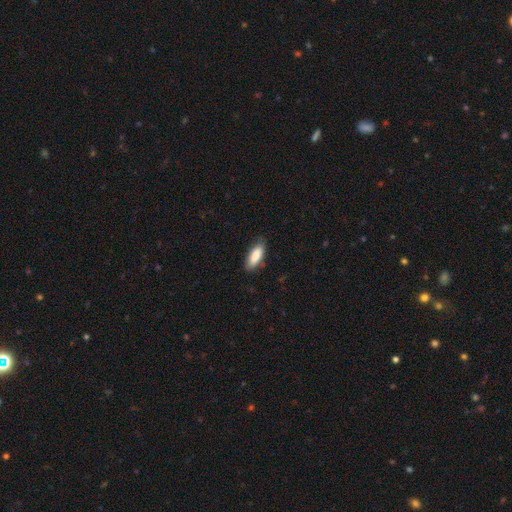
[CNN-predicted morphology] smooth_or_featured: smooth (p=0.87) [alt: featured or disk p=0.07]
how_rounded: in between (p=0.76) [alt: cigar-shaped p=0.23]
merging: none (p=0.80) [alt: minor disturbance p=0.16]